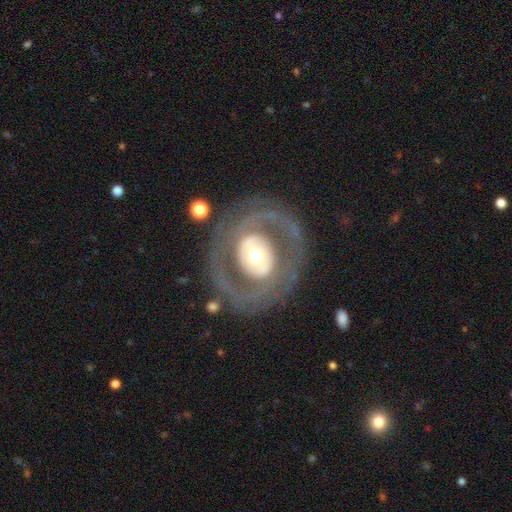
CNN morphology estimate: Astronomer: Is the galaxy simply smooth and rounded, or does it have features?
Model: featured or disk — 73%.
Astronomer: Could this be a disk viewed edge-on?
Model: no — 95%.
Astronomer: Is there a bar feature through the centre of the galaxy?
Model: no — 67%.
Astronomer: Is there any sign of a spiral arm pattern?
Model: no — 52% (runner-up: yes, 48%).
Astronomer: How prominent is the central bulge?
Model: moderate — 51% (runner-up: large, 36%).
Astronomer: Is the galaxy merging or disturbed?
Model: none — 78%.